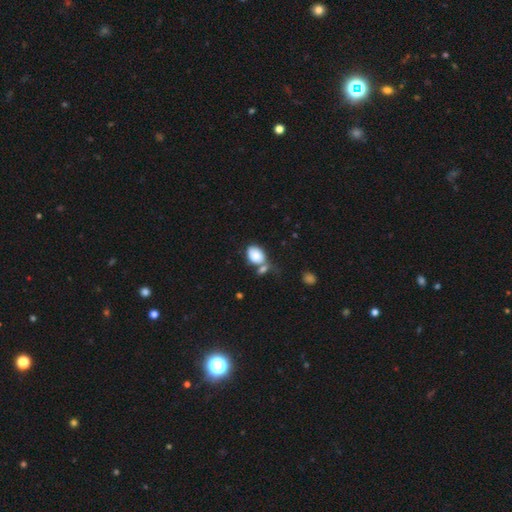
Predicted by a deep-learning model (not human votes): A smooth galaxy with no disk features (82%) that is in between round and cigar-shaped (77%). Merging: merger (39%).